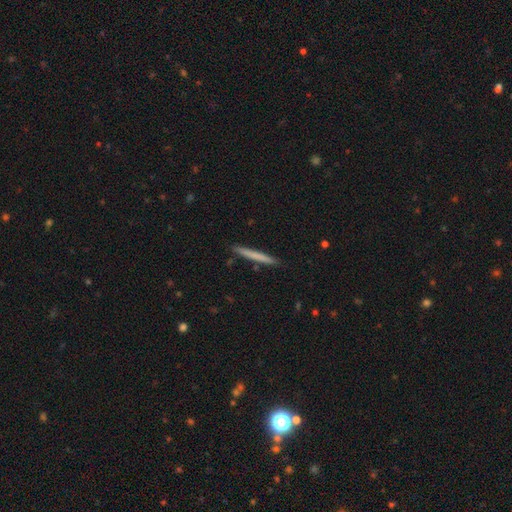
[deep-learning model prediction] Q: Smooth or featured?
A: smooth (66%); runner-up: featured or disk (28%)
Q: How rounded?
A: cigar-shaped (97%); runner-up: in between (2%)
Q: Merging?
A: none (91%); runner-up: minor disturbance (7%)